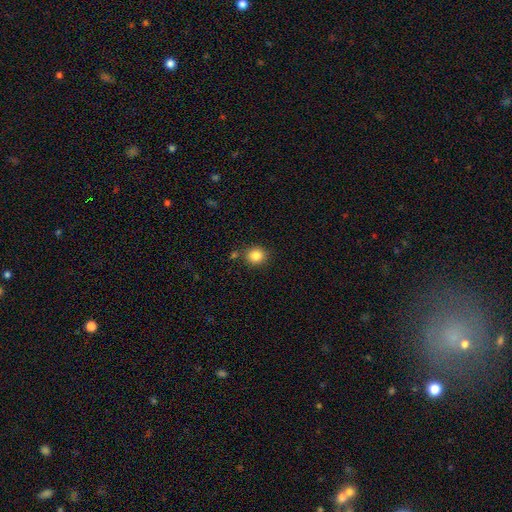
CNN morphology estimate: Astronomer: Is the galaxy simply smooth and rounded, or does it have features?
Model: smooth — 85%.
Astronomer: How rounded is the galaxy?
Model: round — 82%.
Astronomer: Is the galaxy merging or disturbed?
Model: none — 82%.